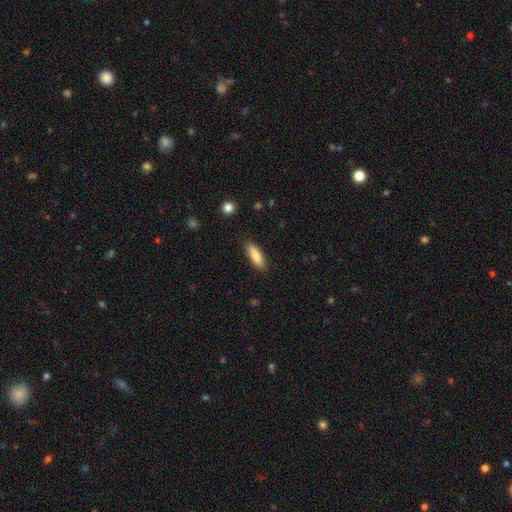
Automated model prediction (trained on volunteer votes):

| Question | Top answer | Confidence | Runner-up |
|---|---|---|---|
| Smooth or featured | smooth | 86% | featured or disk (8%) |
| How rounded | cigar-shaped | 56% | in between (43%) |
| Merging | none | 87% | minor disturbance (10%) |